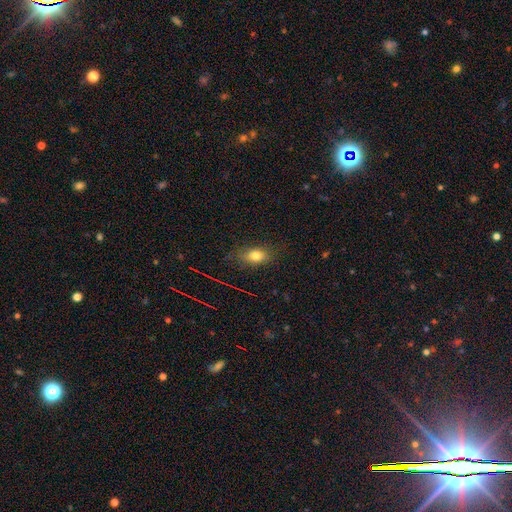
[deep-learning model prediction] Q: Smooth or featured?
A: smooth (77%); runner-up: star or artifact (13%)
Q: How rounded?
A: in between (79%); runner-up: round (16%)
Q: Merging?
A: none (80%); runner-up: minor disturbance (15%)